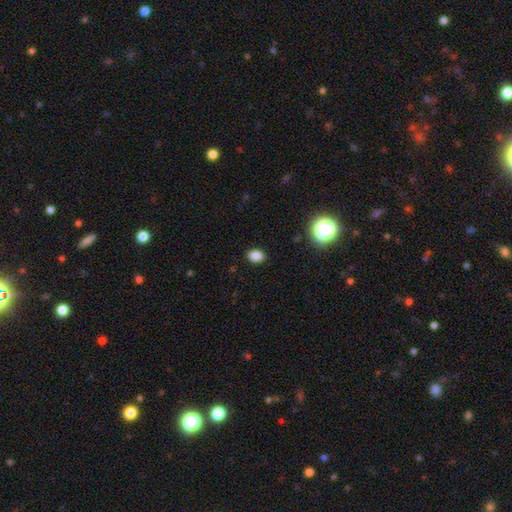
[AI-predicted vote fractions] Overall: smooth (83%). How rounded: in between (69%; round 30%). Merging: none (89%).